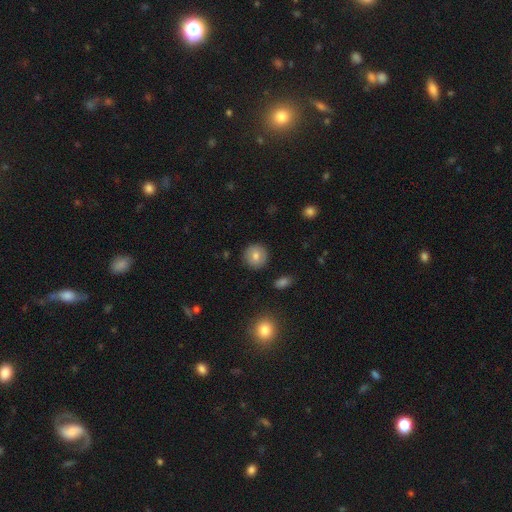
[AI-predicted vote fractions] Overall: smooth (77%). How rounded: round (92%). Merging: none (90%).